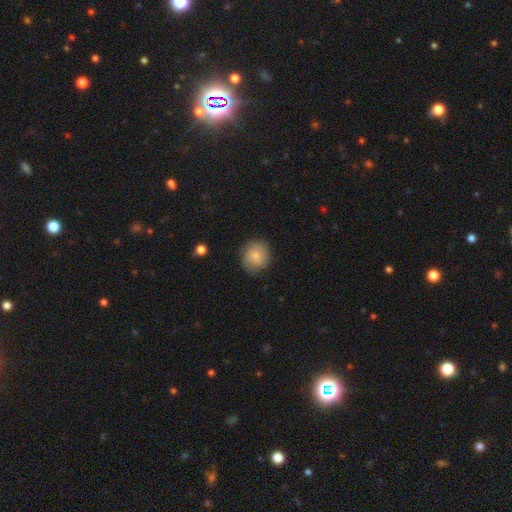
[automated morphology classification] This is likely a smooth galaxy (80%). How rounded: clearly round (81%). Merging: likely none (78%).